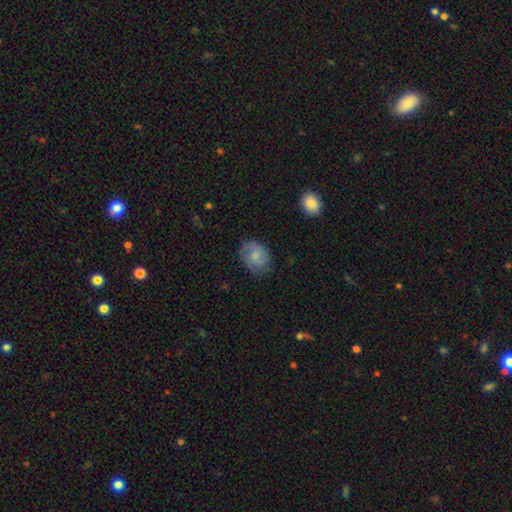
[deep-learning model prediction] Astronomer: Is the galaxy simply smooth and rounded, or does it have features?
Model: smooth — 66%.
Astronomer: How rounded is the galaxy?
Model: in between — 62% (runner-up: round, 37%).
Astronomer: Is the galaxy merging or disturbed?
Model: none — 68%.